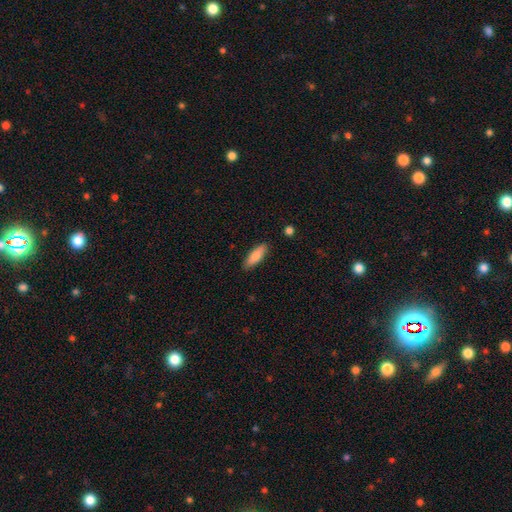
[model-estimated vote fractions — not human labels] Smooth or featured?
  - smooth: 83% *
  - featured or disk: 11%
  - star or artifact: 6%
How rounded?
  - in between: 52% *
  - cigar-shaped: 46%
  - round: 2%
Merging?
  - none: 87% *
  - minor disturbance: 9%
  - major disturbance: 2%
  - merger: 1%